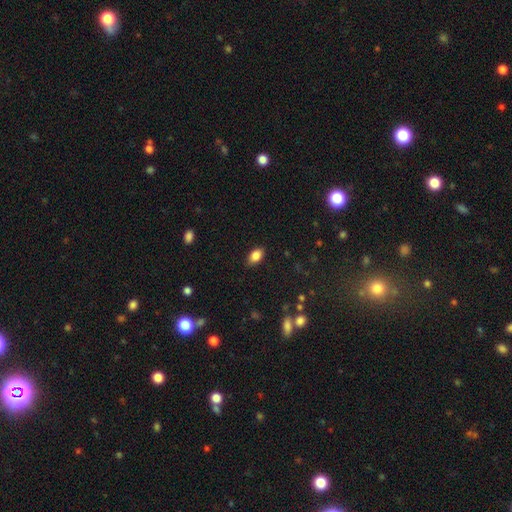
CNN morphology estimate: Smooth or featured? Predicted: smooth (p=0.85). How rounded? Predicted: in between (p=0.88). Merging? Predicted: none (p=0.86).